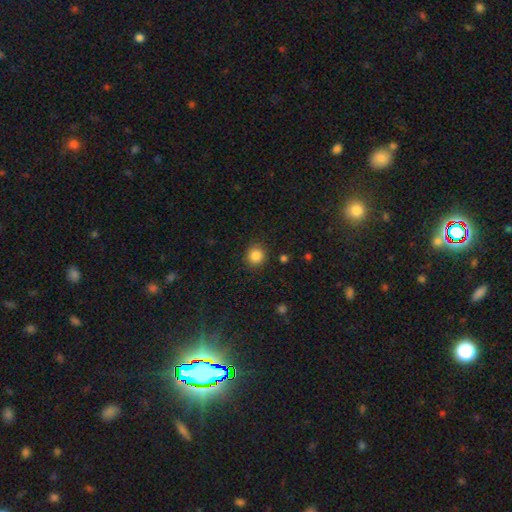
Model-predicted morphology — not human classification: This appears to be a smooth galaxy with no disk features (85%) that is round (89%). Merging: none (88%).